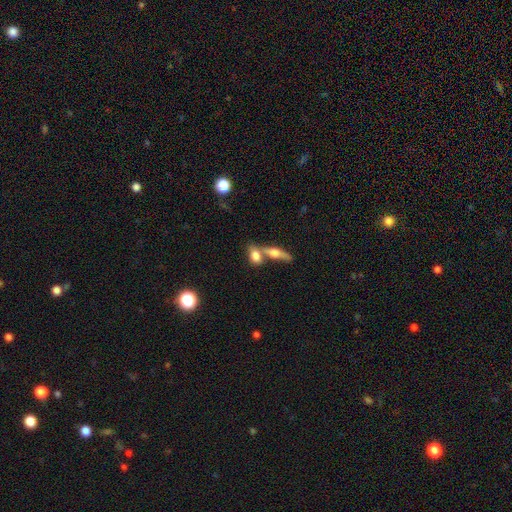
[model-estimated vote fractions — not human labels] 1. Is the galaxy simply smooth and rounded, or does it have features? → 70% smooth, 21% featured or disk, 8% star or artifact.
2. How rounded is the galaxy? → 73% in between, 15% cigar-shaped, 12% round.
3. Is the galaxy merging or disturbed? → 47% merger, 40% none, 9% minor disturbance, 4% major disturbance.